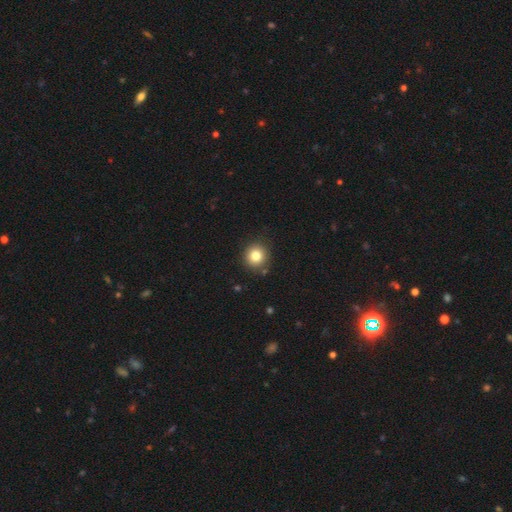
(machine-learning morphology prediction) A smooth galaxy with no disk features (82%) that is round (91%). Merging: none (87%).